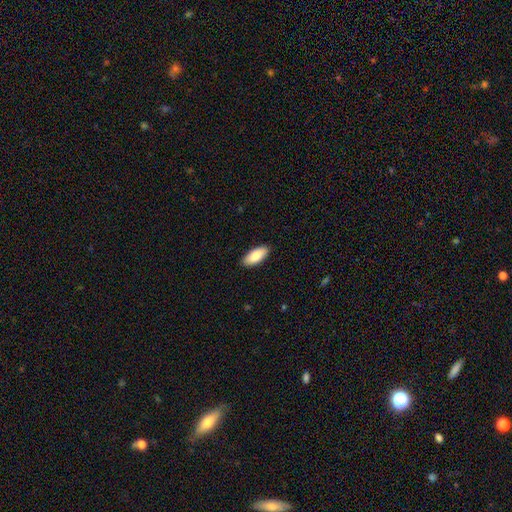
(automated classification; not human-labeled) This appears to be a smooth galaxy with no disk features (86%) that is in between round and cigar-shaped (87%). Merging: none (89%).